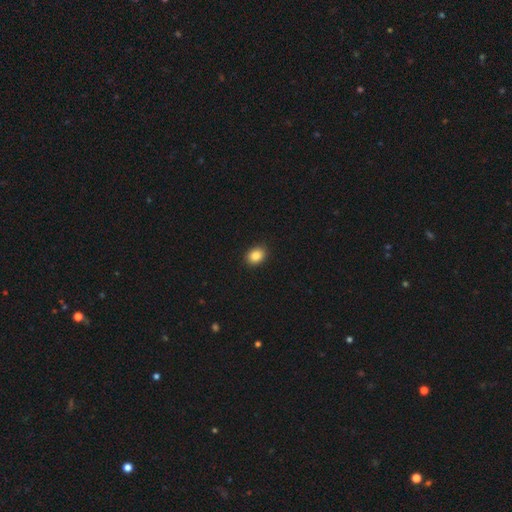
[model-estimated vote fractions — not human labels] Smooth or featured? Predicted: smooth (p=0.87). How rounded? Predicted: in between (p=0.58). Merging? Predicted: none (p=0.89).